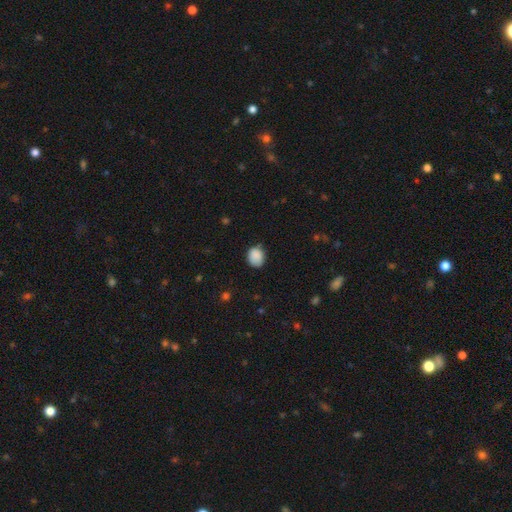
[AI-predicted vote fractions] A smooth galaxy with no disk features (87%) that is round (60%). Merging: none (71%).